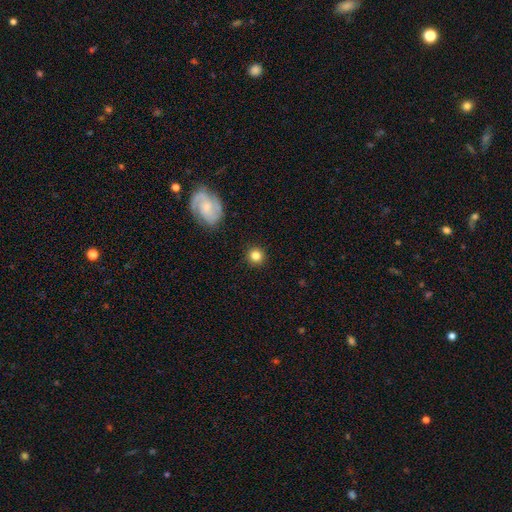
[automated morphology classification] The model was most divided on "smooth or featured": smooth: 81%, star or artifact: 10%, featured or disk: 9%. More confident: how rounded — round (93%); merging — none (89%).